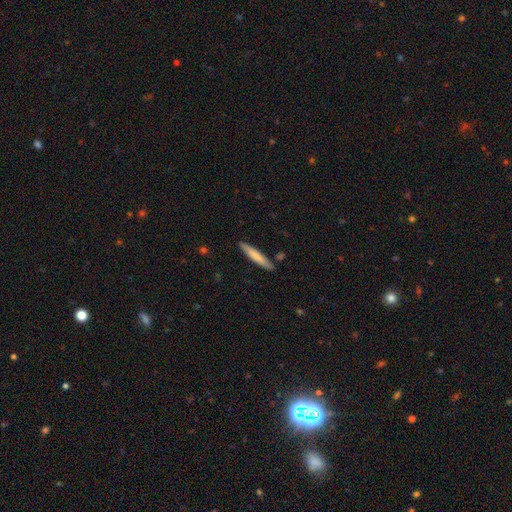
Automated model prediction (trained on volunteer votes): smooth_or_featured: smooth (p=0.73) [alt: featured or disk p=0.22]
how_rounded: cigar-shaped (p=0.93) [alt: in between p=0.06]
merging: none (p=0.87) [alt: minor disturbance p=0.09]